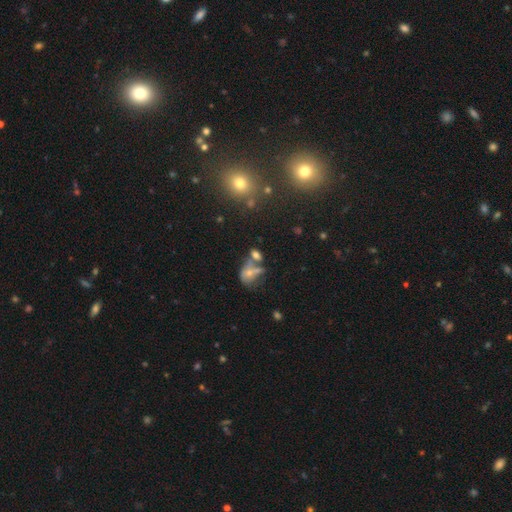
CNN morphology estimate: This appears to be a smooth galaxy with no disk features (61%) that is in between round and cigar-shaped (71%). Merging: merger (44%).